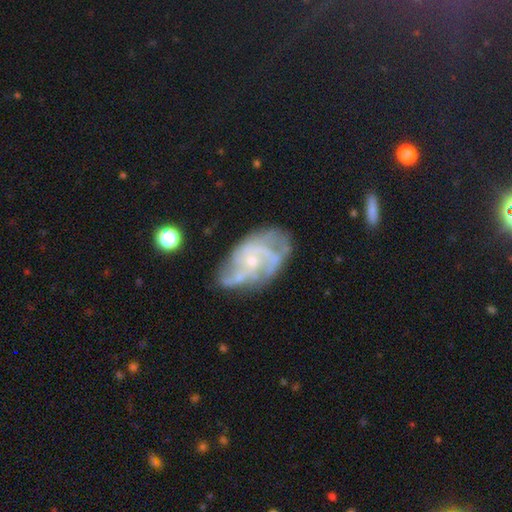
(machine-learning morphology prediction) Smooth or featured? featured or disk (81%)
Edge-on disk? no (96%)
Bar? no (65%)
Spiral arms? yes (93%)
Spiral winding? medium (44%)
Spiral arm count? 3 (30%)
Bulge size? small (72%)
Merging? none (59%)